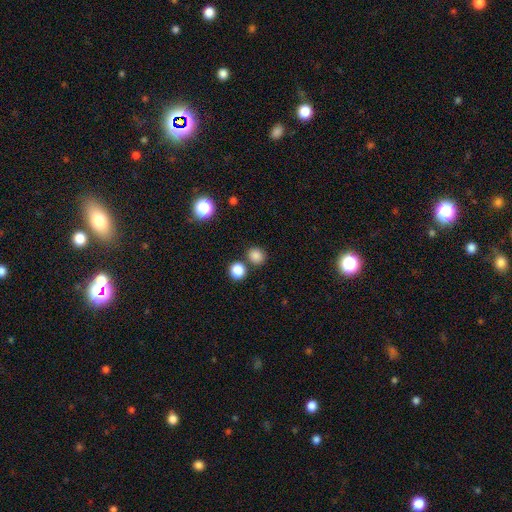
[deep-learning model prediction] Q: Smooth or featured?
A: smooth (83%); runner-up: star or artifact (13%)
Q: How rounded?
A: round (82%); runner-up: in between (17%)
Q: Merging?
A: none (75%); runner-up: merger (13%)